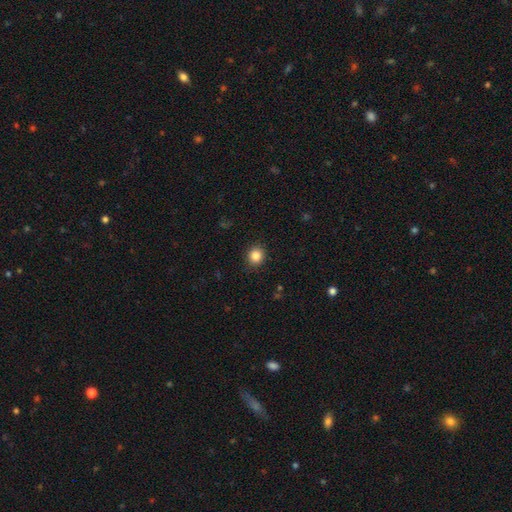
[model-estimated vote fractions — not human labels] smooth_or_featured: smooth (p=0.85) [alt: star or artifact p=0.10]
how_rounded: round (p=0.82) [alt: in between p=0.17]
merging: none (p=0.90) [alt: minor disturbance p=0.07]